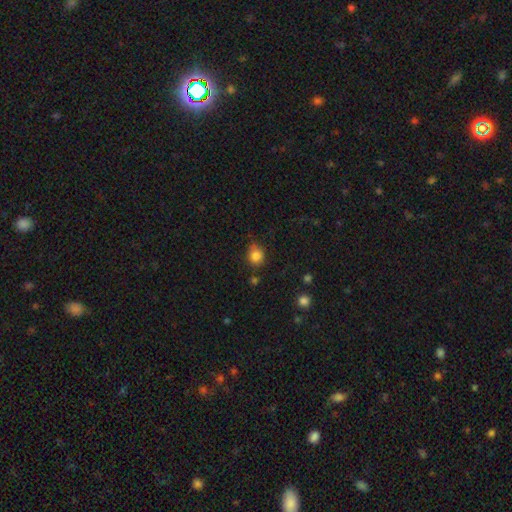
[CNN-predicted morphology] Smooth or featured? Predicted: smooth (p=0.84). How rounded? Predicted: round (p=0.63). Merging? Predicted: none (p=0.67).